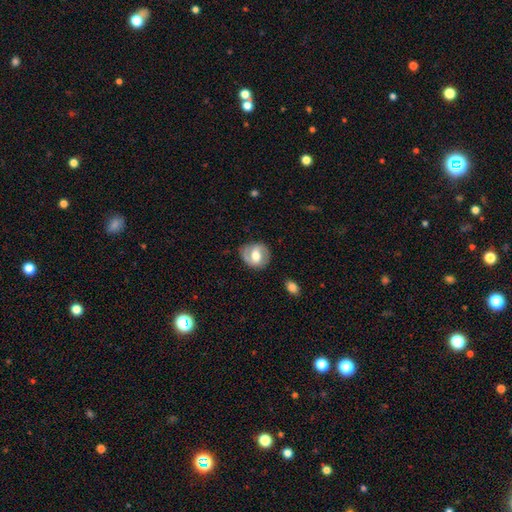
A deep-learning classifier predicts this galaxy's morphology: This appears to be a featured or disk galaxy (62%) with a weak bar (45%), spiral arms (78%) and a moderate central bulge (65%). Merging: none (77%).